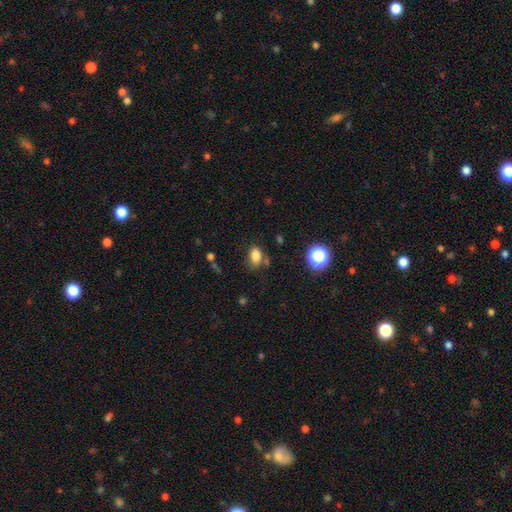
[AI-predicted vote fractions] Smooth or featured? smooth (82%)
How rounded? in between (82%)
Merging? none (70%)